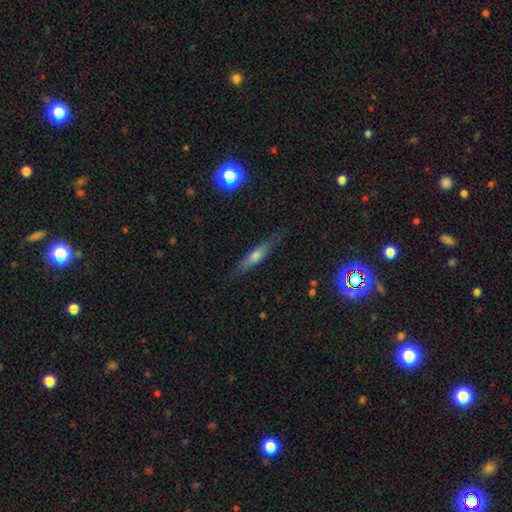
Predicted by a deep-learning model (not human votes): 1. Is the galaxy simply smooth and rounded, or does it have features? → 51% featured or disk, 36% smooth, 13% star or artifact.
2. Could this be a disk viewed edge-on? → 87% yes, 13% no.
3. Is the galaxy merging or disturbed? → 82% none, 13% minor disturbance, 3% major disturbance, 1% merger.